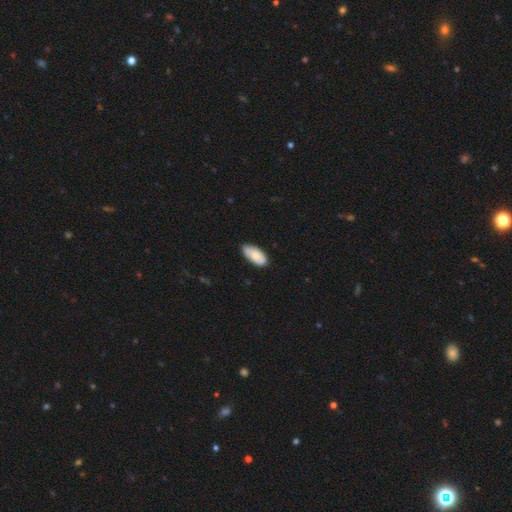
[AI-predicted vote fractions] Q: Smooth or featured?
A: smooth (71%); runner-up: featured or disk (23%)
Q: How rounded?
A: in between (92%); runner-up: cigar-shaped (5%)
Q: Merging?
A: none (73%); runner-up: minor disturbance (22%)